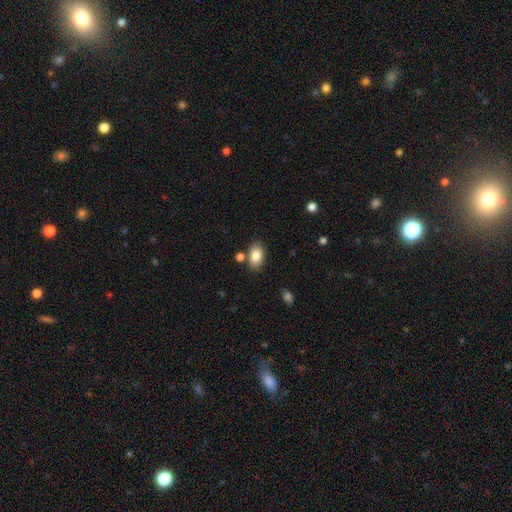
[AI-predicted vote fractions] Morphology: type=smooth (84%); roundness=in between (88%); merging=none (78%).